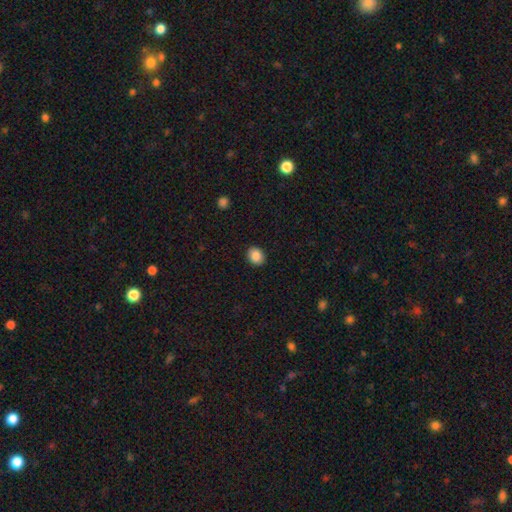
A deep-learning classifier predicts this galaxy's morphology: This is clearly a smooth galaxy (87%). How rounded: possibly round (58%). Merging: clearly none (91%).